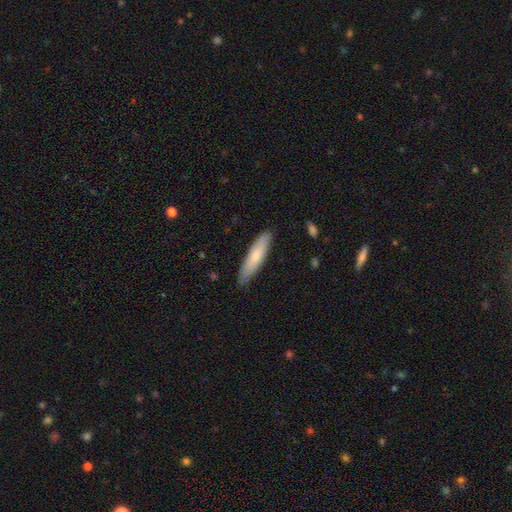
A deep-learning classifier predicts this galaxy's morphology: Smooth or featured? Predicted: smooth (p=0.69). How rounded? Predicted: cigar-shaped (p=0.75). Merging? Predicted: none (p=0.84).